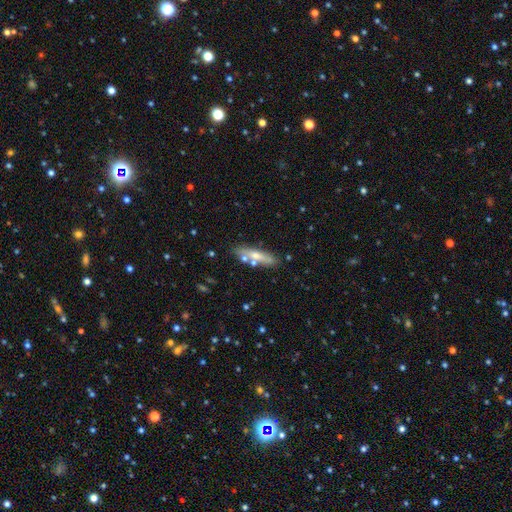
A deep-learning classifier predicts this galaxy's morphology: type=smooth (56%); roundness=cigar-shaped (76%); merging=none (76%).